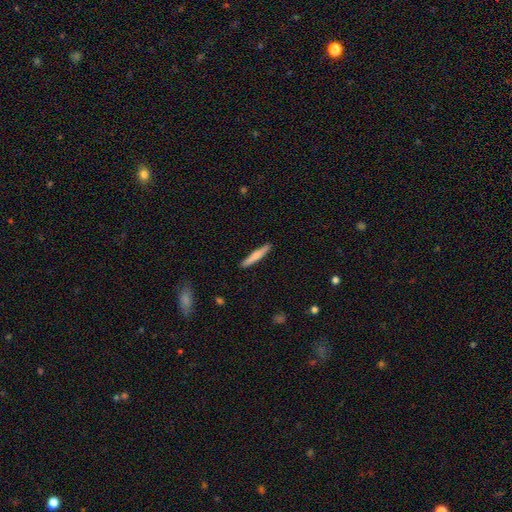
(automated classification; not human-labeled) Q: Smooth or featured?
A: smooth (66%); runner-up: featured or disk (29%)
Q: How rounded?
A: cigar-shaped (94%); runner-up: in between (5%)
Q: Merging?
A: none (91%); runner-up: minor disturbance (6%)